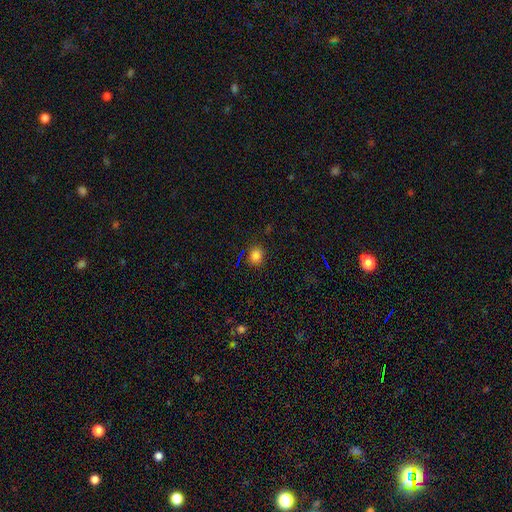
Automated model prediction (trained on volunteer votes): Morphology: type=smooth (81%); roundness=round (76%); merging=none (88%).